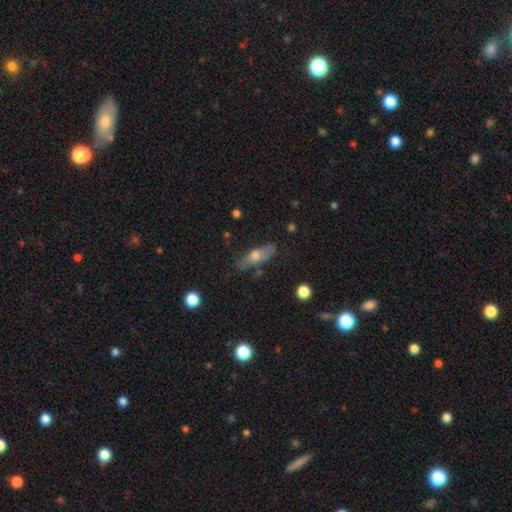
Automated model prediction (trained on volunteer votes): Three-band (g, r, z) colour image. It shows a smooth galaxy with no disk features (56%) that is in between round and cigar-shaped (54%). Merging: none (69%).